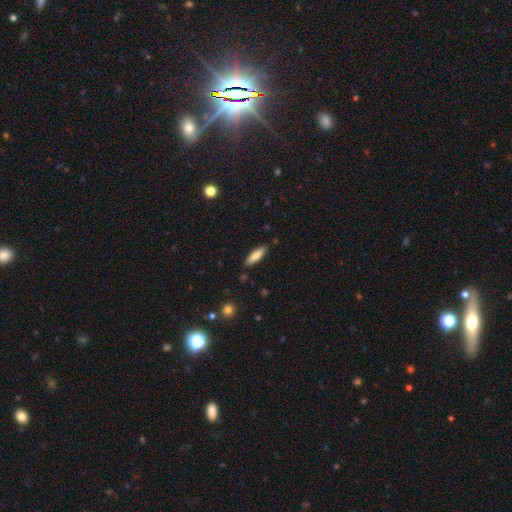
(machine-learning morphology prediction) Smooth or featured: smooth — 77% (featured or disk — 16%)
How rounded: cigar-shaped — 54% (in between — 44%)
Merging: none — 85% (minor disturbance — 11%)